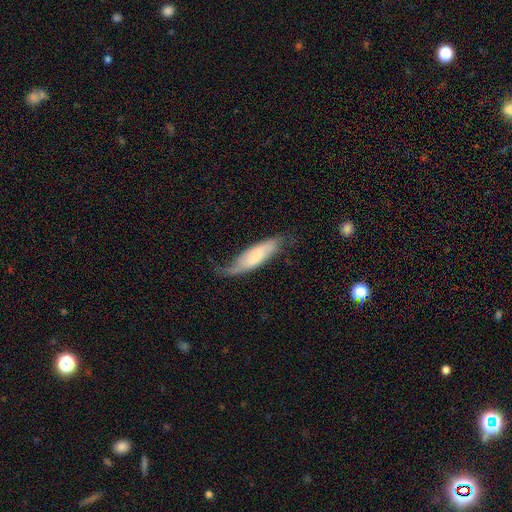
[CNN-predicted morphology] The model was most divided on "merging": none: 41%, minor disturbance: 35%, major disturbance: 21%, merger: 3%. More confident: how rounded — cigar-shaped (56%); smooth or featured — smooth (55%).